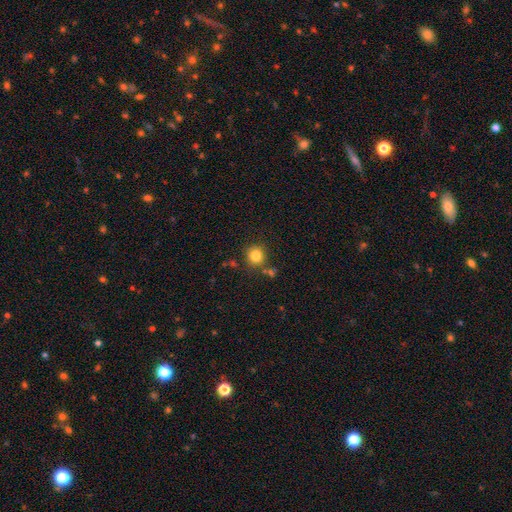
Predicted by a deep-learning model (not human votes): smooth_or_featured: smooth (p=0.82) [alt: star or artifact p=0.12]
how_rounded: round (p=0.89) [alt: in between p=0.10]
merging: none (p=0.80) [alt: minor disturbance p=0.10]